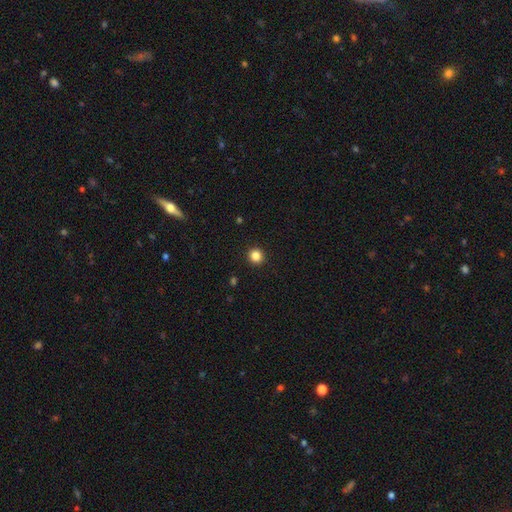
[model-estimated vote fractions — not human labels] smooth 85%, star or artifact 11%, featured or disk 4%. Down the decision tree: how rounded — round (93%); merging — none (93%).